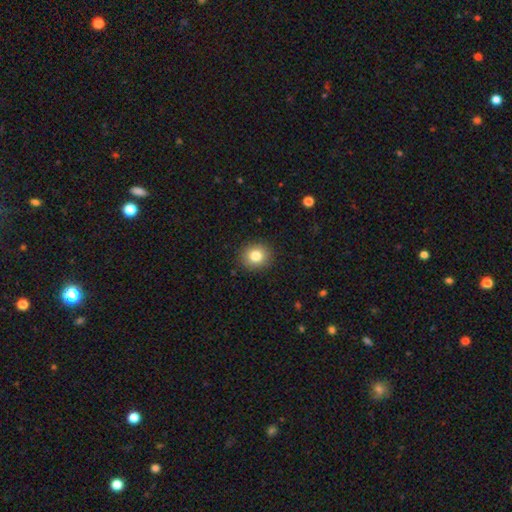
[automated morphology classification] Smooth or featured? Predicted: smooth (p=0.82). How rounded? Predicted: round (p=0.82). Merging? Predicted: none (p=0.90).